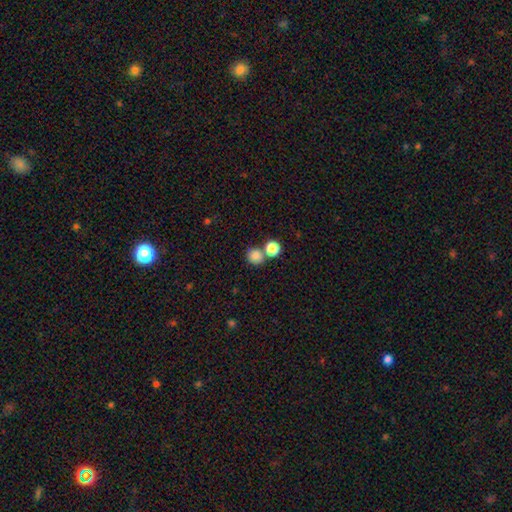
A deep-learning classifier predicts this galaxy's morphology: This is clearly a smooth galaxy (83%). How rounded: clearly round (88%). Merging: possibly none (57%).